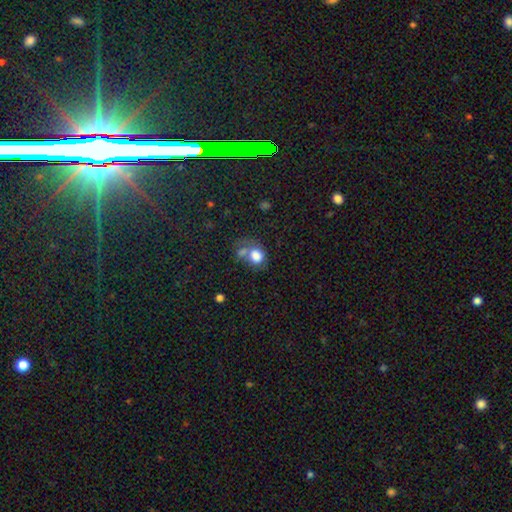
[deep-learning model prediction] Smooth or featured: smooth — 79% (featured or disk — 11%)
How rounded: round — 51% (in between — 48%)
Merging: merger — 41% (none — 32%)